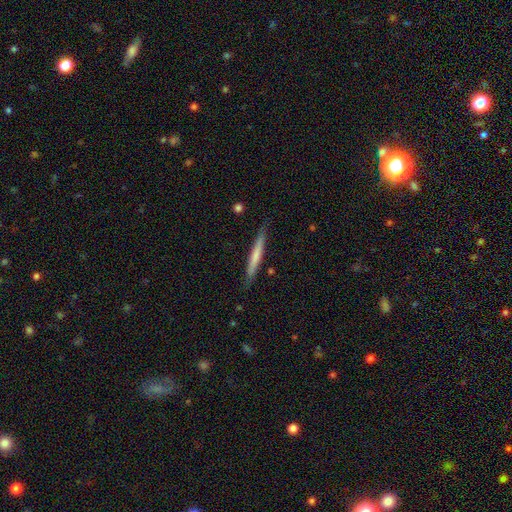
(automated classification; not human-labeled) Smooth or featured? smooth (58%)
How rounded? cigar-shaped (96%)
Merging? none (84%)